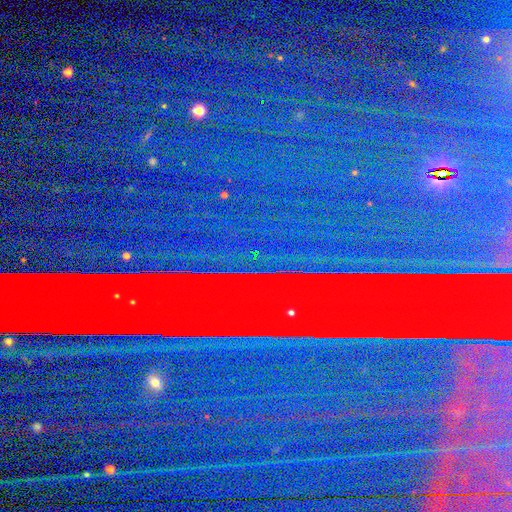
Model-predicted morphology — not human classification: A star or artifact, not a galaxy (85%).

Vote fractions:
- Smooth or featured? star or artifact: 85% / featured or disk: 8% / smooth: 7%